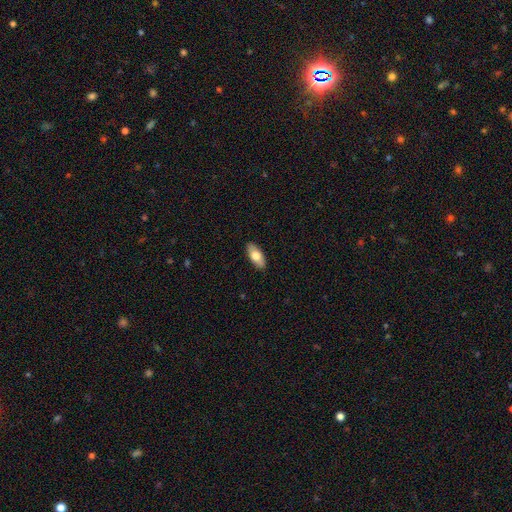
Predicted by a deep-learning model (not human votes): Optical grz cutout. It shows a smooth galaxy with no disk features (71%) that is in between round and cigar-shaped (86%). Merging: none (89%).